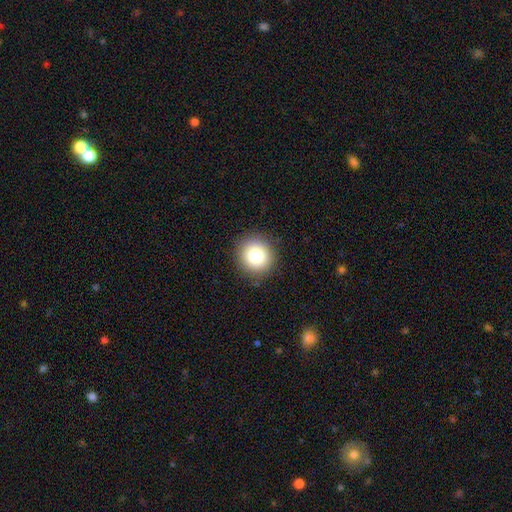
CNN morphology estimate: This is likely a smooth galaxy (80%). How rounded: clearly round (91%). Merging: clearly none (90%).